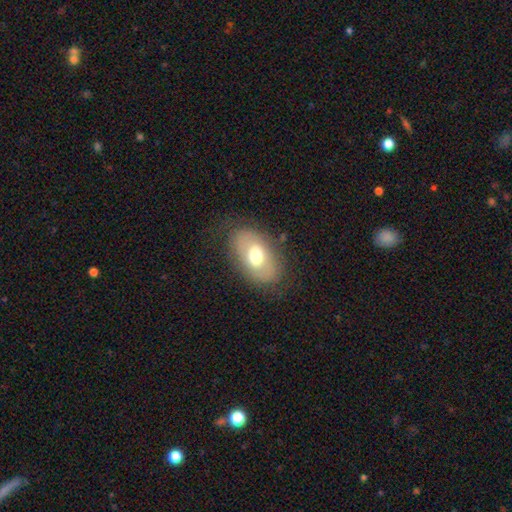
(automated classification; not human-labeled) A smooth galaxy with no disk features (60%) that is in between round and cigar-shaped (88%).

Vote fractions:
- Smooth or featured? smooth: 60% / featured or disk: 31% / star or artifact: 8%
- How rounded? in between: 88% / round: 11% / cigar-shaped: 1%
- Merging? none: 75% / minor disturbance: 16% / major disturbance: 8% / merger: 1%